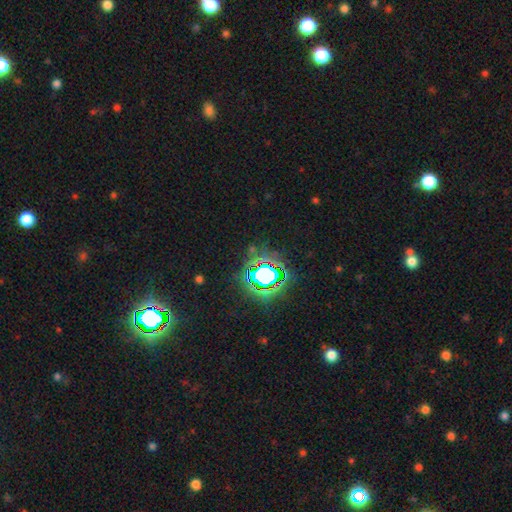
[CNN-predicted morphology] This is clearly a star or artifact rather than a galaxy (80%).